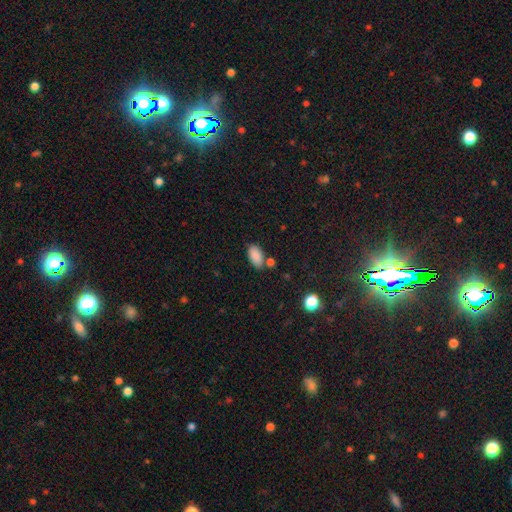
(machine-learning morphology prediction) smooth-or-featured: smooth: 88% | star or artifact: 8% | featured or disk: 5%
  how-rounded: in between: 94% | round: 4% | cigar-shaped: 3%
  merging: none: 72% | minor disturbance: 14% | merger: 11% | major disturbance: 3%